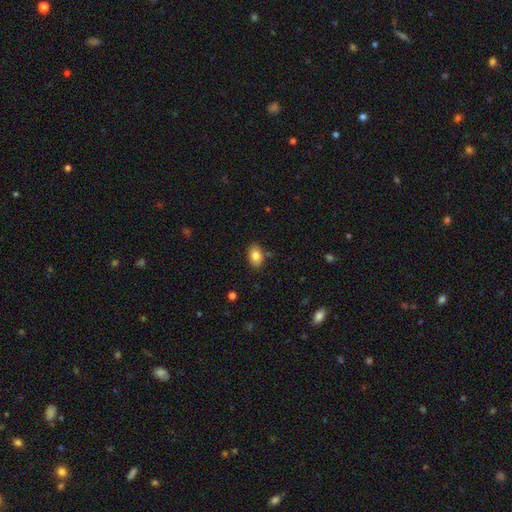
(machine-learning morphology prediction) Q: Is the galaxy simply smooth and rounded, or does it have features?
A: smooth — 82%.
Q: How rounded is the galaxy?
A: in between — 84%.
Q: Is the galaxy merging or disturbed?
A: none — 83%.